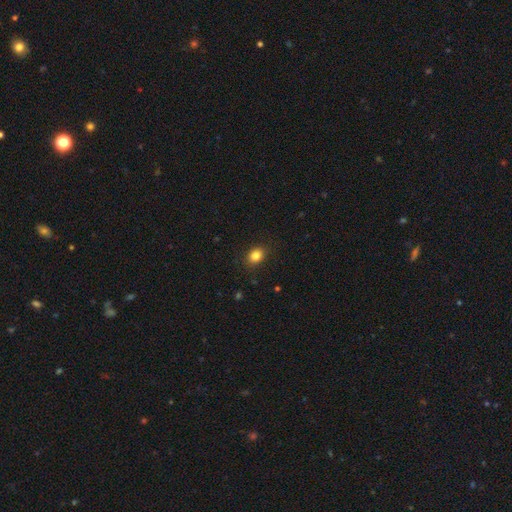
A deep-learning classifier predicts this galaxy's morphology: smooth_or_featured: smooth (p=0.84) [alt: star or artifact p=0.11]
how_rounded: in between (p=0.52) [alt: round p=0.47]
merging: none (p=0.88) [alt: minor disturbance p=0.09]